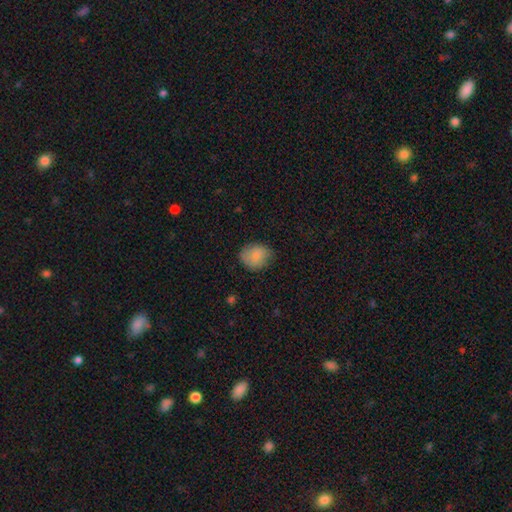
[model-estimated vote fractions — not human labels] A smooth galaxy with no disk features (83%) that is round (66%). Merging: none (70%).